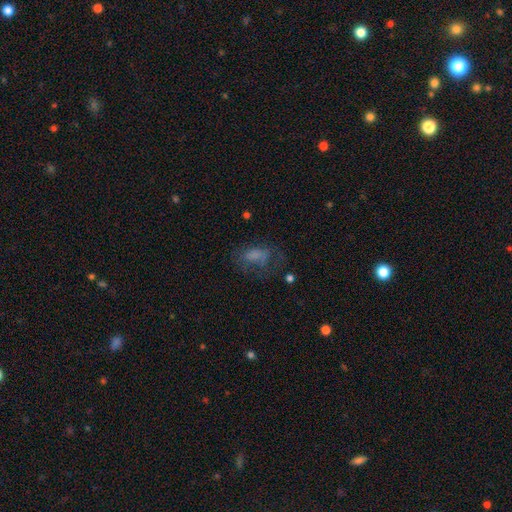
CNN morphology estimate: Smooth or featured?
  - smooth: 58% *
  - featured or disk: 27%
  - star or artifact: 15%
How rounded?
  - in between: 84% *
  - round: 11%
  - cigar-shaped: 5%
Merging?
  - none: 40% *
  - major disturbance: 35%
  - minor disturbance: 22%
  - merger: 3%